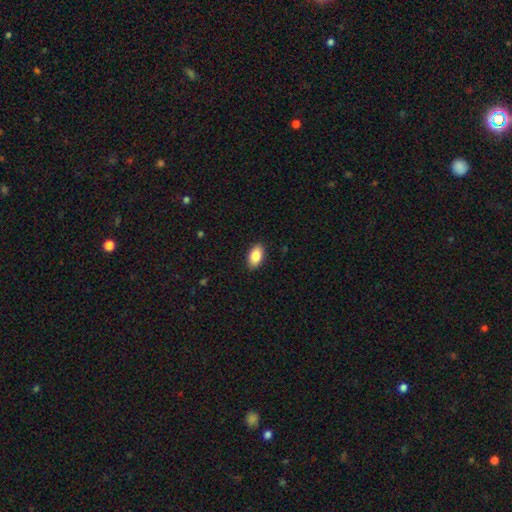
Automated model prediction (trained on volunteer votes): Morphology: type=smooth (86%); roundness=in between (93%); merging=none (90%).